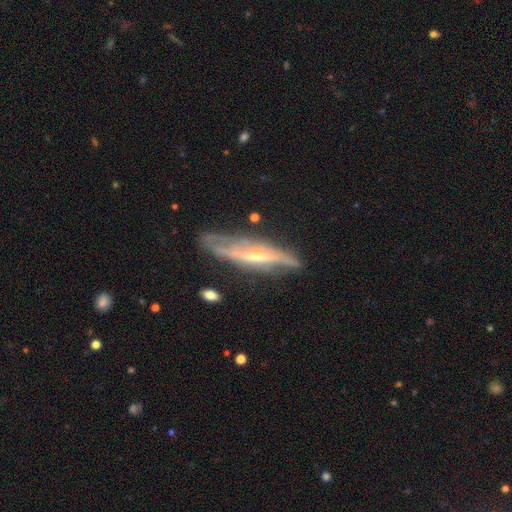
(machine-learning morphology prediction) This is likely a featured or disk galaxy (78%). It is likely viewed edge-on (71%). Edge-on bulge: possibly rounded (59%). Merging: likely none (64%).